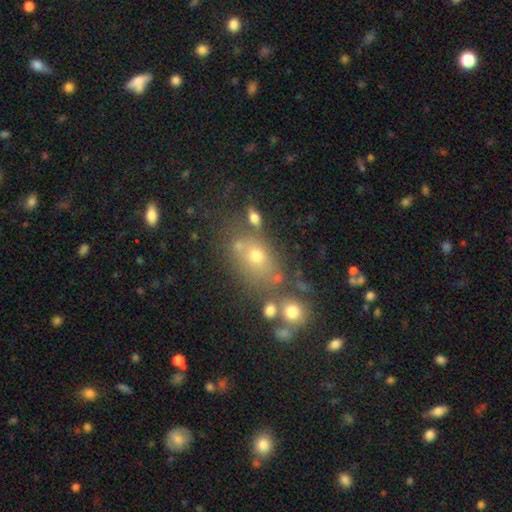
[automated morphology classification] smooth-or-featured: smooth: 62% | featured or disk: 19% | star or artifact: 19%
  how-rounded: in between: 65% | round: 33% | cigar-shaped: 2%
  merging: none: 58% | merger: 19% | minor disturbance: 15% | major disturbance: 8%